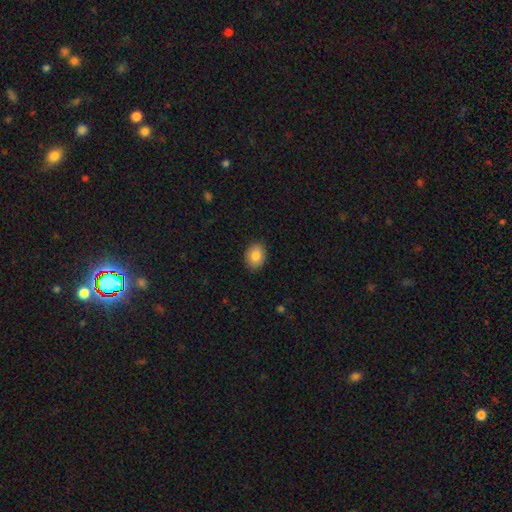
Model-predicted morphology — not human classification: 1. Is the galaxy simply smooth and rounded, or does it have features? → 84% smooth, 9% featured or disk, 7% star or artifact.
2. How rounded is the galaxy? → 67% in between, 33% round, 1% cigar-shaped.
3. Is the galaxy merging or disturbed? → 89% none, 8% minor disturbance, 2% major disturbance, 1% merger.